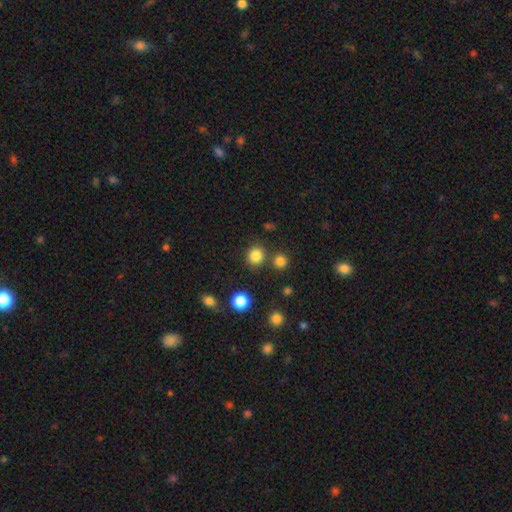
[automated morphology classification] This is clearly a smooth galaxy (83%). How rounded: clearly round (88%). Merging: clearly none (82%).